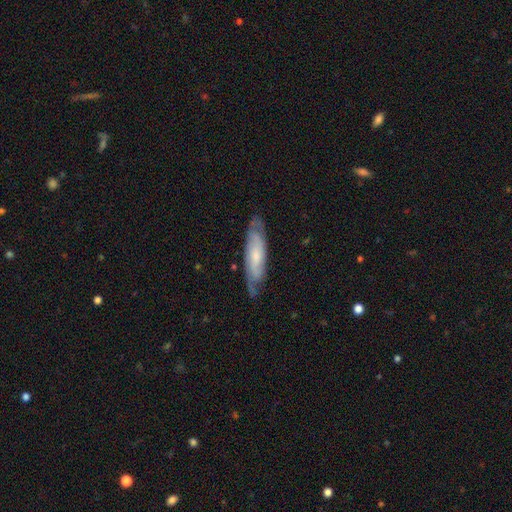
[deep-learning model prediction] This is likely a featured or disk galaxy (61%). It is likely not viewed edge-on (69%). Merging: likely none (74%).